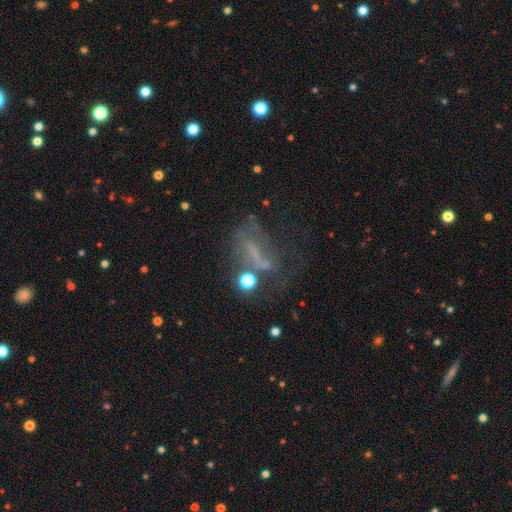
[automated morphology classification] The model was most divided on "merging": major disturbance: 39%, none: 32%, minor disturbance: 18%, merger: 11%. Remaining: smooth or featured — featured or disk (43%).